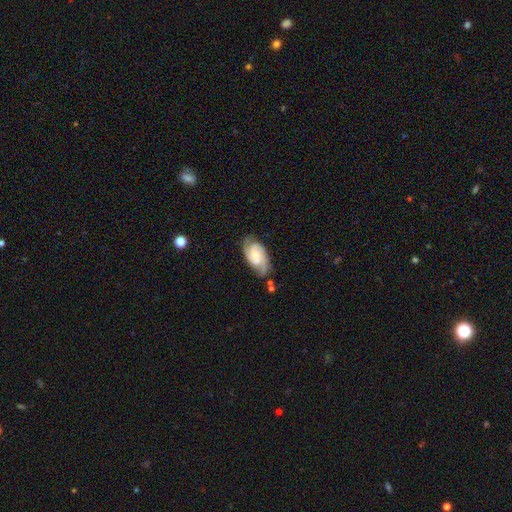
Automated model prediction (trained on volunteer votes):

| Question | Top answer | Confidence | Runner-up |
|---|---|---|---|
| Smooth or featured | featured or disk | 79% | smooth (15%) |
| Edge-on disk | no | 96% | yes (4%) |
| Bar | no | 56% | weak (35%) |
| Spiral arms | yes | 97% | no (3%) |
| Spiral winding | medium | 45% | tight (42%) |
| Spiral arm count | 2 | 82% | 3 (7%) |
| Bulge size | small | 51% | moderate (27%) |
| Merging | none | 72% | minor disturbance (19%) |